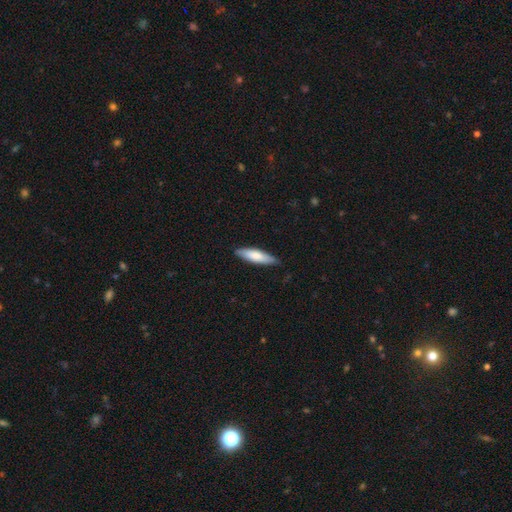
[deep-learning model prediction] smooth_or_featured: smooth (p=0.75) [alt: featured or disk p=0.20]
how_rounded: cigar-shaped (p=0.65) [alt: in between p=0.33]
merging: none (p=0.82) [alt: minor disturbance p=0.15]